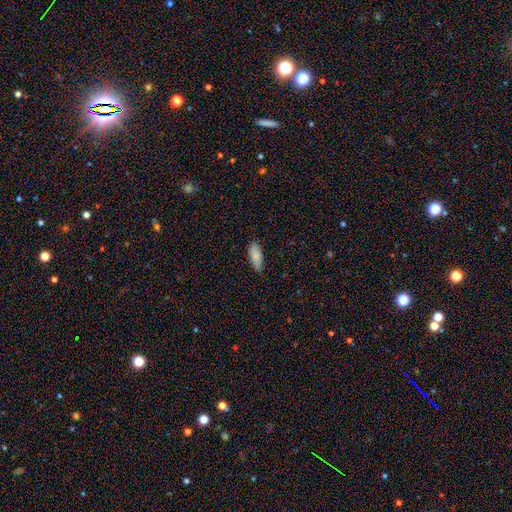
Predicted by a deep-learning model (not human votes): Q: Smooth or featured?
A: smooth (84%); runner-up: featured or disk (10%)
Q: How rounded?
A: in between (79%); runner-up: cigar-shaped (19%)
Q: Merging?
A: none (76%); runner-up: minor disturbance (20%)